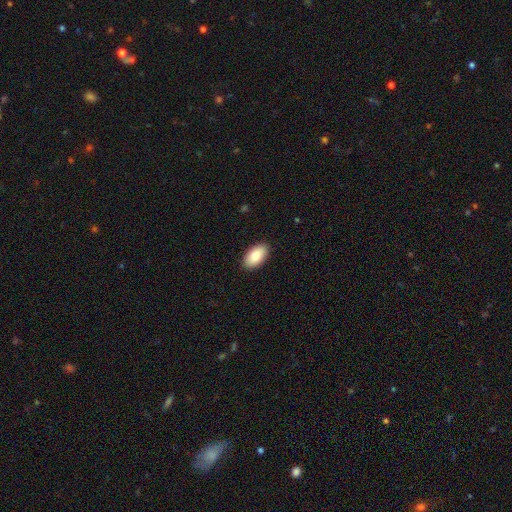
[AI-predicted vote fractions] A smooth galaxy with no disk features (86%) that is in between round and cigar-shaped (95%). Merging: none (89%).